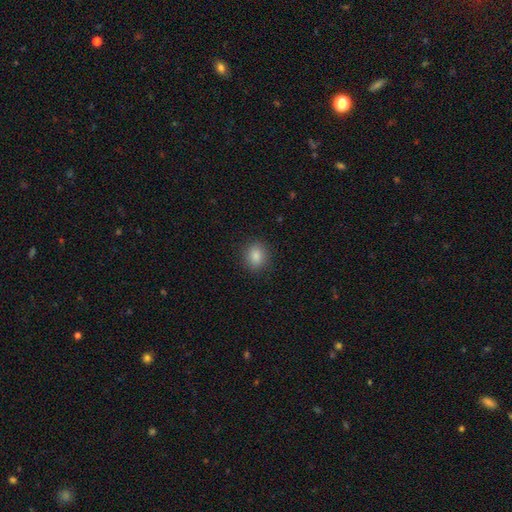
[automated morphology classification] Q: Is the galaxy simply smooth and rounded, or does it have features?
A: smooth — 84%.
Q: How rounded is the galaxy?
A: round — 71%.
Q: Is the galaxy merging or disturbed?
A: none — 90%.